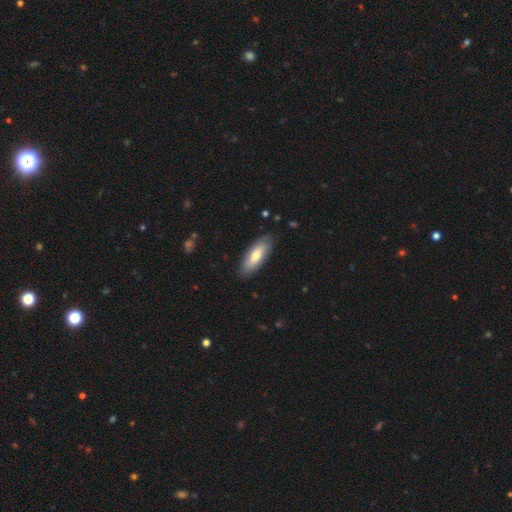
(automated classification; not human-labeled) smooth-or-featured: smooth: 66% | featured or disk: 29% | star or artifact: 5%
  how-rounded: in between: 73% | cigar-shaped: 25% | round: 2%
  merging: none: 86% | minor disturbance: 11% | major disturbance: 2% | merger: 1%